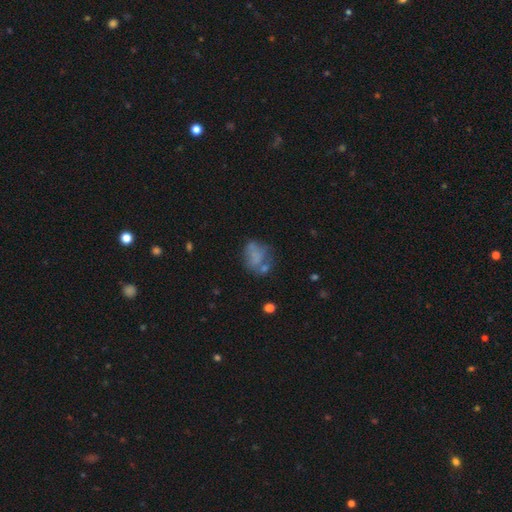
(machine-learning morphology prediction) Smooth or featured: smooth — 60% (featured or disk — 27%)
How rounded: in between — 65% (round — 33%)
Merging: none — 38% (minor disturbance — 23%)